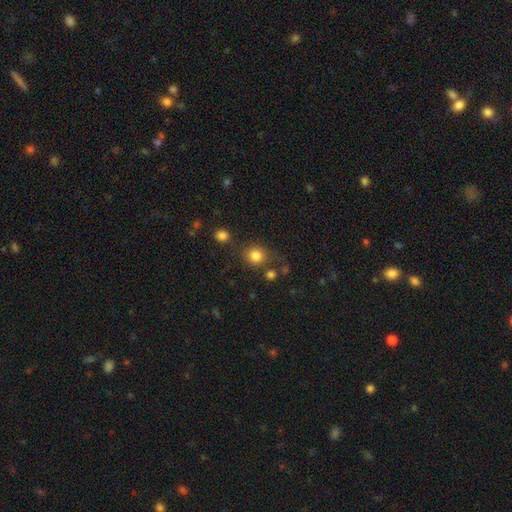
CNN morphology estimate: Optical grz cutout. It shows a smooth galaxy with no disk features (82%) that is round (86%). Merging: none (73%).